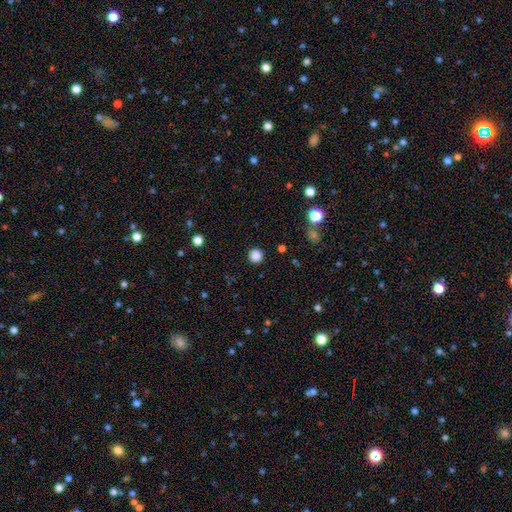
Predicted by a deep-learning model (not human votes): Overall: smooth (85%). How rounded: round (95%). Merging: none (92%).